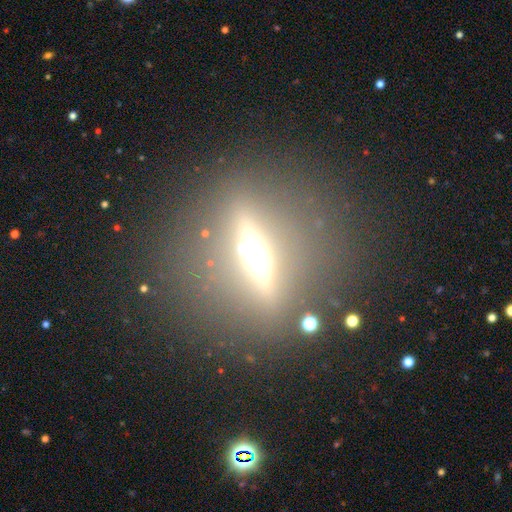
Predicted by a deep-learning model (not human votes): Q: Smooth or featured?
A: featured or disk (66%); runner-up: star or artifact (17%)
Q: Edge-on disk?
A: yes (87%); runner-up: no (13%)
Q: Edge-on bulge?
A: rounded (90%); runner-up: boxy (6%)
Q: Merging?
A: none (83%); runner-up: minor disturbance (8%)